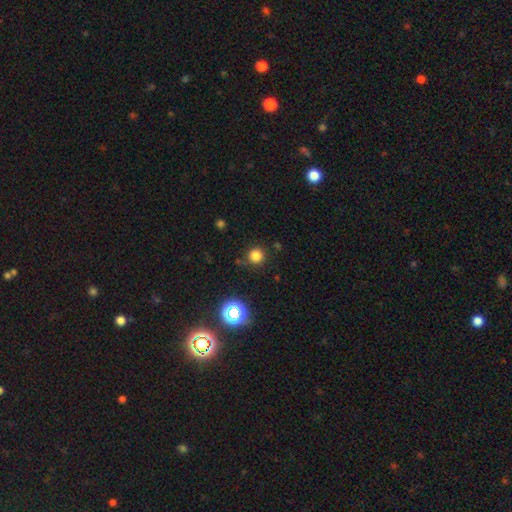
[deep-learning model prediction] Smooth or featured? Predicted: smooth (p=0.78). How rounded? Predicted: round (p=0.95). Merging? Predicted: none (p=0.82).